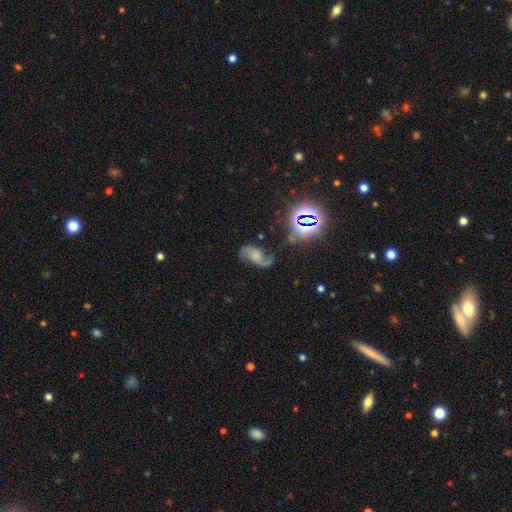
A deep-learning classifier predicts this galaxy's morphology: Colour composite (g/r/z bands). It shows a featured or disk galaxy (73%) with no bar (61%), 2 (90%) loose (69%) spiral arms (94%) and no central bulge (37%). Merging: none (60%).